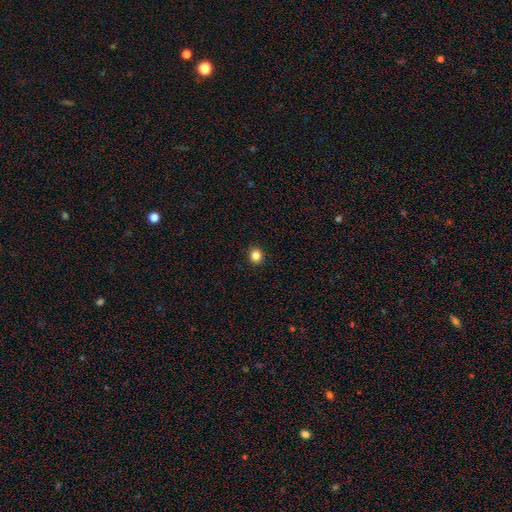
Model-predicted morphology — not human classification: smooth_or_featured: smooth (p=0.85) [alt: star or artifact p=0.11]
how_rounded: round (p=0.84) [alt: in between p=0.15]
merging: none (p=0.92) [alt: minor disturbance p=0.05]